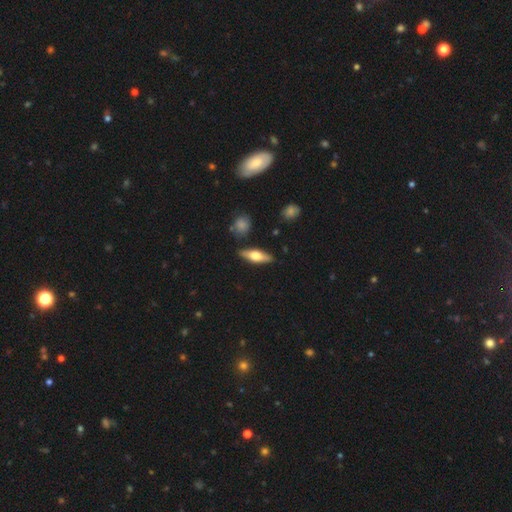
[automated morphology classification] The model was most divided on "smooth or featured": smooth: 48%, featured or disk: 45%, star or artifact: 6%. More confident: merging — none (84%).